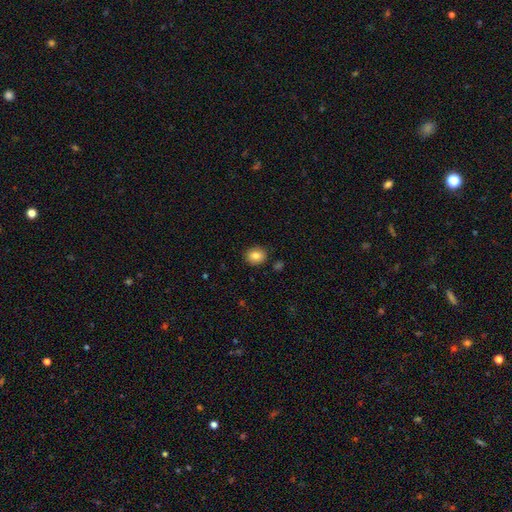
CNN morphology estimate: A smooth galaxy with no disk features (83%) that is round (64%).

Vote fractions:
- Smooth or featured? smooth: 83% / star or artifact: 9% / featured or disk: 8%
- How rounded? round: 64% / in between: 35% / cigar-shaped: 1%
- Merging? none: 88% / minor disturbance: 8% / major disturbance: 2% / merger: 2%